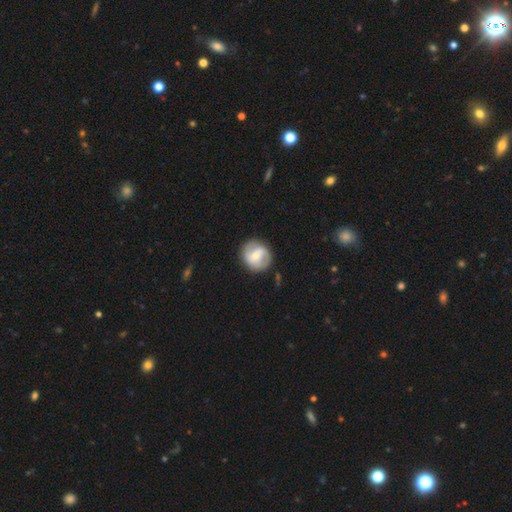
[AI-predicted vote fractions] A featured or disk galaxy (64%) with a weak bar (45%), spiral arms (81%) and a moderate central bulge (53%).

Vote fractions:
- Smooth or featured? featured or disk: 64% / smooth: 31% / star or artifact: 6%
- Edge-on disk? no: 97% / yes: 3%
- Bar? weak: 45% / no: 33% / strong: 21%
- Spiral arms? yes: 81% / no: 19%
- Bulge size? moderate: 53% / small: 42% / large: 3% / none: 2% / dominant: 1%
- Merging? none: 80% / minor disturbance: 14% / major disturbance: 4% / merger: 2%